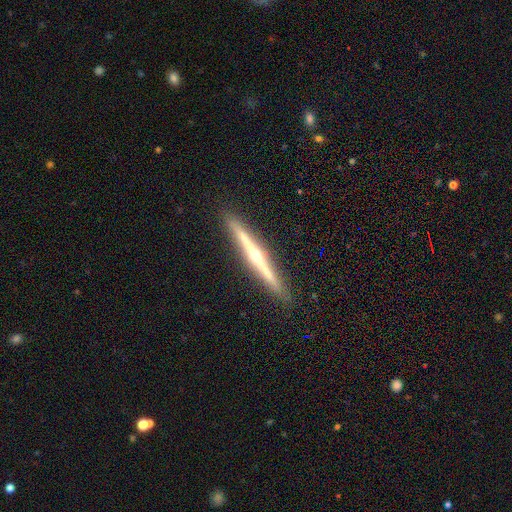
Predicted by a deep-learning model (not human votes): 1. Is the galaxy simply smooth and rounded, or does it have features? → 82% featured or disk, 13% smooth, 5% star or artifact.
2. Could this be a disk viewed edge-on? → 98% yes, 2% no.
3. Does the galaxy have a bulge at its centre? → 89% rounded, 9% none, 3% boxy.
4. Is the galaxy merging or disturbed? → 92% none, 5% minor disturbance, 1% major disturbance, 1% merger.